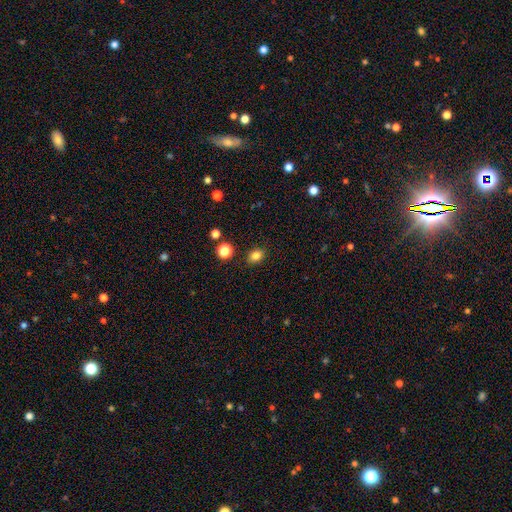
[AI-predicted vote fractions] This is clearly a smooth galaxy (83%). How rounded: possibly in between (55%). Merging: clearly none (87%).